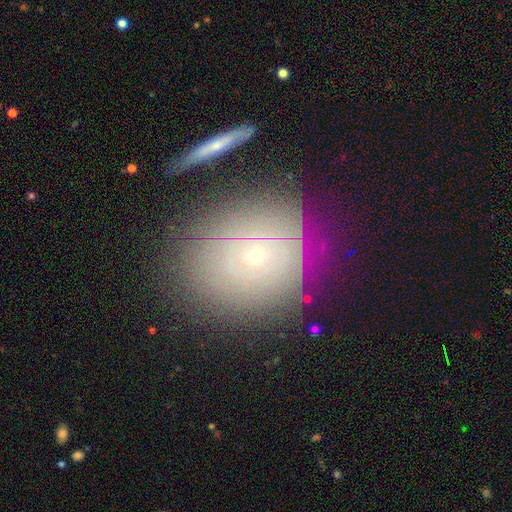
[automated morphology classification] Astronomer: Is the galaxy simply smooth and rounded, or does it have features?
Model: featured or disk — 45% (runner-up: smooth, 42%).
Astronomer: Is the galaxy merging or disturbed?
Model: none — 75%.